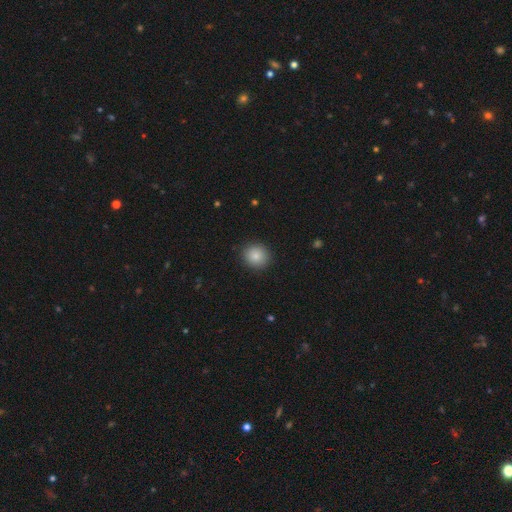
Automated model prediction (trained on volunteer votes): A smooth galaxy with no disk features (84%) that is round (87%).

Vote fractions:
- Smooth or featured? smooth: 84% / star or artifact: 10% / featured or disk: 6%
- How rounded? round: 87% / in between: 12% / cigar-shaped: 1%
- Merging? none: 90% / minor disturbance: 7% / major disturbance: 2% / merger: 1%